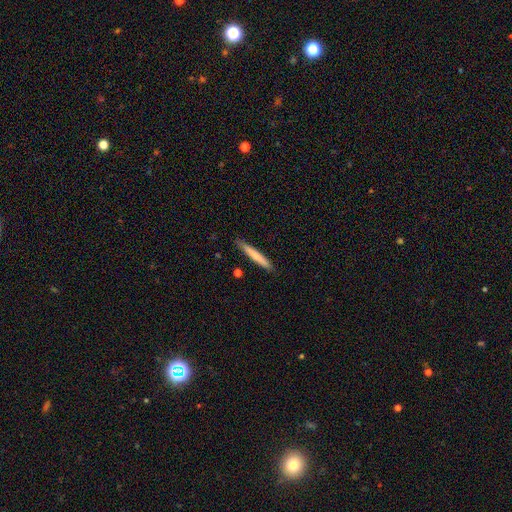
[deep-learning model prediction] smooth-or-featured: smooth: 67% | featured or disk: 27% | star or artifact: 5%
  how-rounded: cigar-shaped: 96% | in between: 3% | round: 1%
  merging: none: 87% | minor disturbance: 10% | major disturbance: 2% | merger: 2%